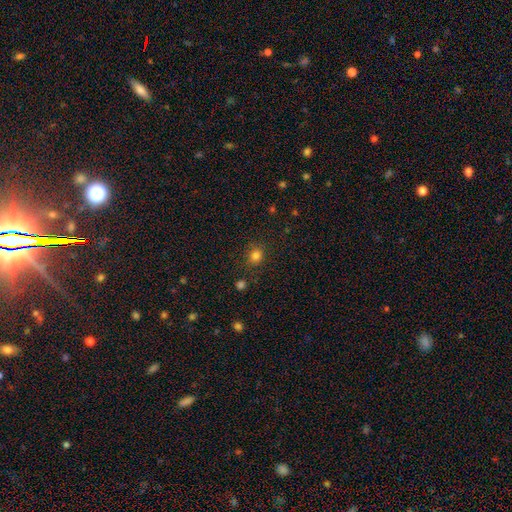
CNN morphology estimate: type=smooth (82%); roundness=round (78%); merging=none (84%).